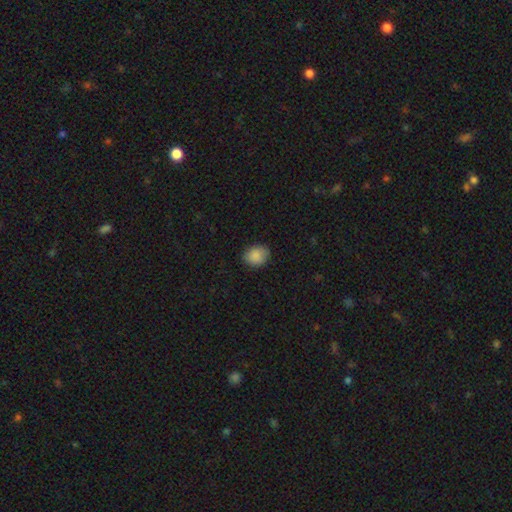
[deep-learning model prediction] smooth 88%, star or artifact 8%, featured or disk 4%. Down the decision tree: how rounded — in between (51%); merging — none (82%).